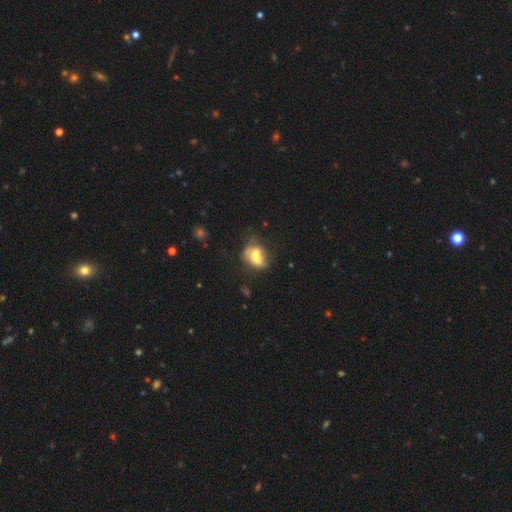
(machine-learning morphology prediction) smooth_or_featured: smooth (p=0.60) [alt: featured or disk p=0.29]
how_rounded: in between (p=0.69) [alt: round p=0.27]
merging: none (p=0.34) [alt: minor disturbance p=0.27]